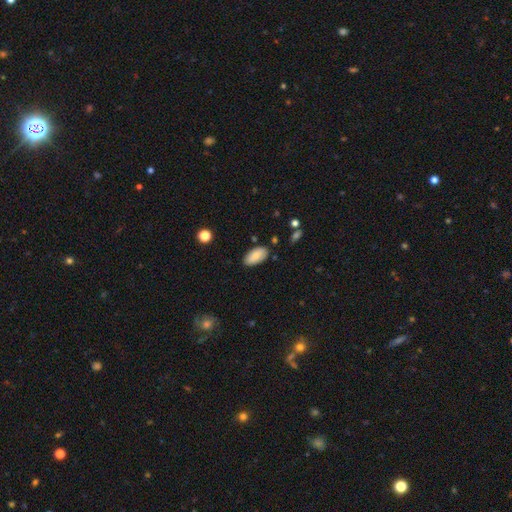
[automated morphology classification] smooth_or_featured: smooth (p=0.83) [alt: featured or disk p=0.10]
how_rounded: in between (p=0.94) [alt: cigar-shaped p=0.04]
merging: none (p=0.83) [alt: minor disturbance p=0.13]